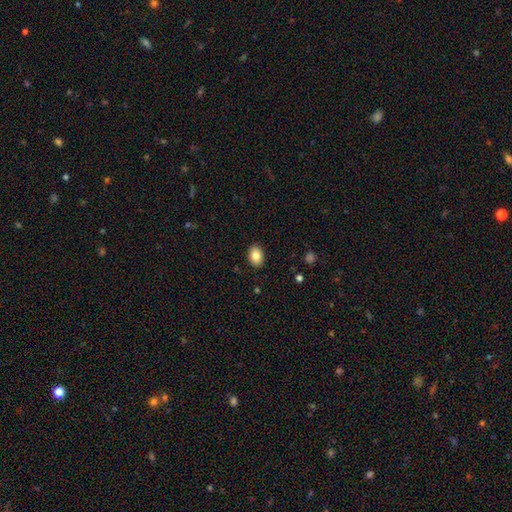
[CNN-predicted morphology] smooth-or-featured: smooth: 84% | star or artifact: 8% | featured or disk: 8%
  how-rounded: in between: 83% | round: 16% | cigar-shaped: 1%
  merging: none: 89% | minor disturbance: 8% | major disturbance: 2% | merger: 1%